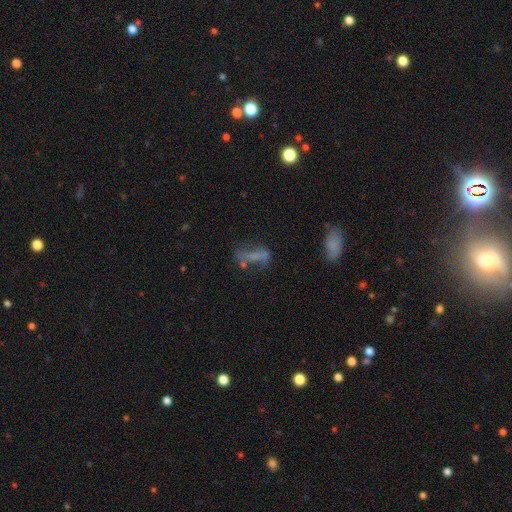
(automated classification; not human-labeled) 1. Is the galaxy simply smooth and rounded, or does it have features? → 46% smooth, 34% featured or disk, 20% star or artifact.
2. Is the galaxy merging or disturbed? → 41% none, 25% major disturbance, 20% minor disturbance, 14% merger.